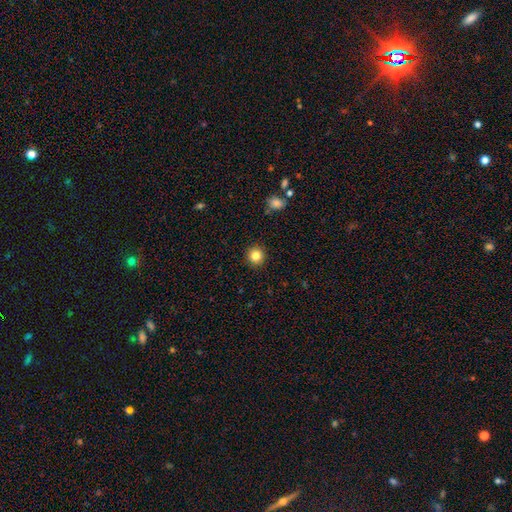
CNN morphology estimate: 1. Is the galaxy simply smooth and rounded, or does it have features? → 83% smooth, 11% star or artifact, 6% featured or disk.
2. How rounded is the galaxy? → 94% round, 5% in between, 1% cigar-shaped.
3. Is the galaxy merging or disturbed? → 92% none, 5% minor disturbance, 2% major disturbance, 1% merger.